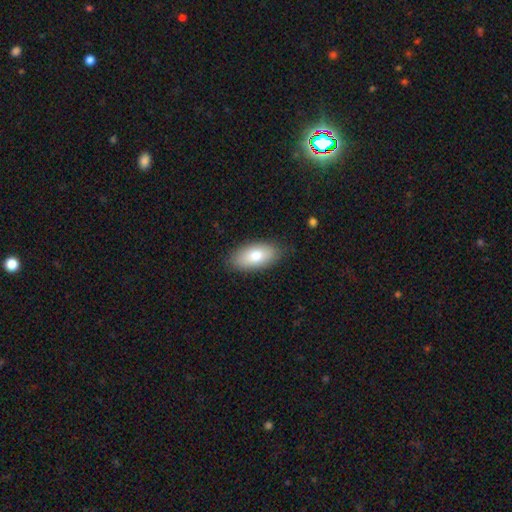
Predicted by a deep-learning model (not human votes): smooth-or-featured: smooth: 79% | featured or disk: 15% | star or artifact: 7%
  how-rounded: in between: 92% | cigar-shaped: 5% | round: 3%
  merging: none: 85% | minor disturbance: 11% | major disturbance: 2% | merger: 1%